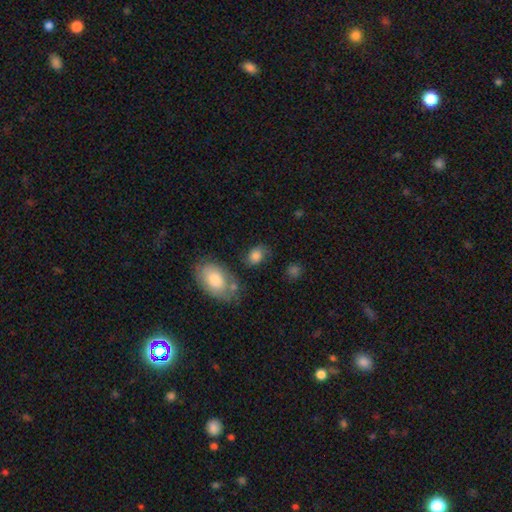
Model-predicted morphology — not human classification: Smooth or featured?
  - smooth: 78% *
  - featured or disk: 13%
  - star or artifact: 9%
How rounded?
  - in between: 68% *
  - round: 30%
  - cigar-shaped: 1%
Merging?
  - none: 61% *
  - minor disturbance: 22%
  - major disturbance: 9%
  - merger: 8%